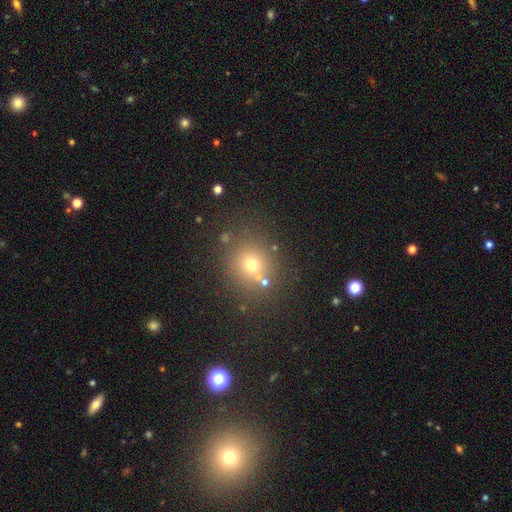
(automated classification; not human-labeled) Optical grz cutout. It shows a smooth galaxy with no disk features (60%) that is round (79%). Merging: none (73%).